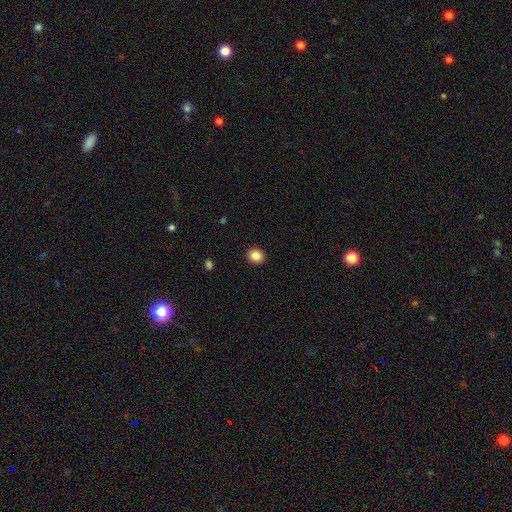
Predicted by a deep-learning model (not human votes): Smooth or featured? smooth (86%)
How rounded? round (75%)
Merging? none (92%)